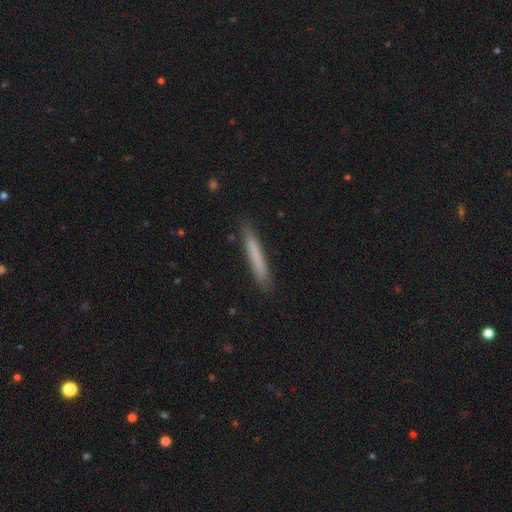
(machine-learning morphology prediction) smooth 73%, featured or disk 20%, star or artifact 6%. Down the decision tree: how rounded — cigar-shaped (96%); merging — none (87%).